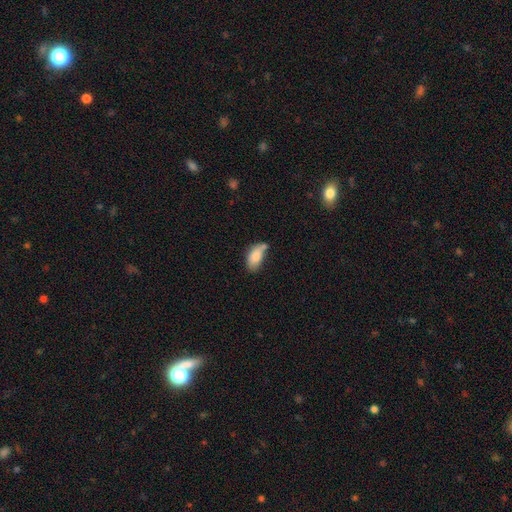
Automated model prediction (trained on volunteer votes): A smooth galaxy with no disk features (82%) that is in between round and cigar-shaped (92%).

Vote fractions:
- Smooth or featured? smooth: 82% / featured or disk: 11% / star or artifact: 7%
- How rounded? in between: 92% / cigar-shaped: 4% / round: 4%
- Merging? none: 41% / minor disturbance: 27% / merger: 21% / major disturbance: 10%